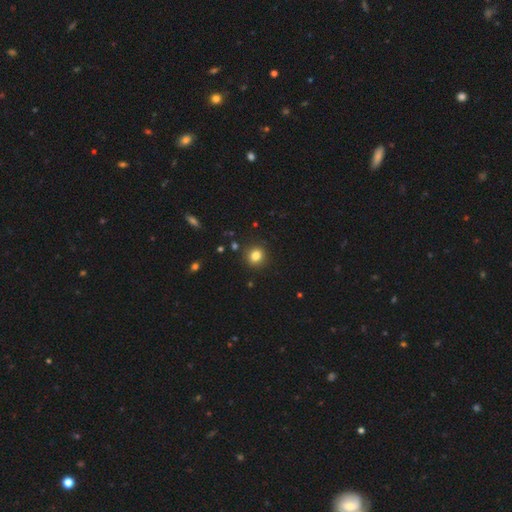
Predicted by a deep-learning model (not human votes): Overall: smooth (83%). How rounded: round (80%). Merging: none (89%).